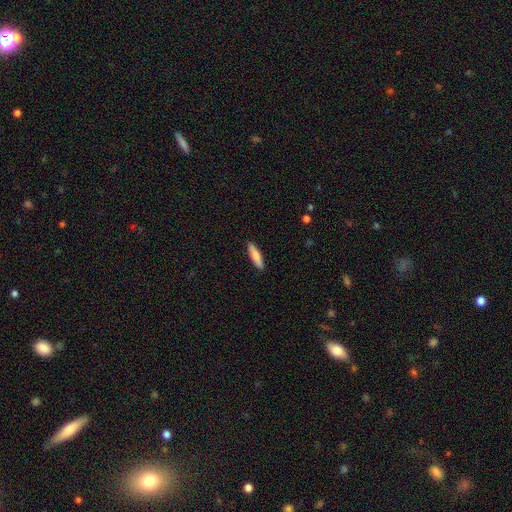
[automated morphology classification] Smooth or featured?
  - smooth: 83% *
  - featured or disk: 12%
  - star or artifact: 6%
How rounded?
  - cigar-shaped: 78% *
  - in between: 21%
  - round: 1%
Merging?
  - none: 90% *
  - minor disturbance: 7%
  - major disturbance: 2%
  - merger: 1%